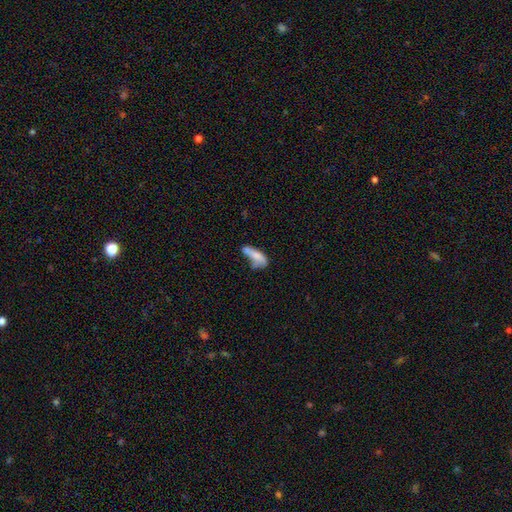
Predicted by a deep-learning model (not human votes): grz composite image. It shows a smooth galaxy with no disk features (67%) that is in between round and cigar-shaped (55%). Merging: none (28%).